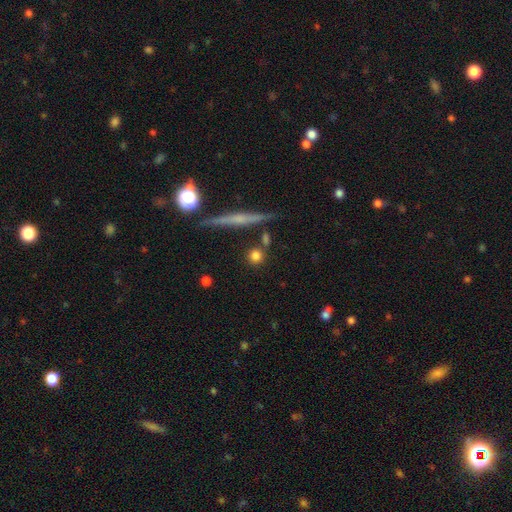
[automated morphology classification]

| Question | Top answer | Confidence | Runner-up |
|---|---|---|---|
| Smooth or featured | smooth | 79% | featured or disk (12%) |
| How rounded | round | 88% | in between (7%) |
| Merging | none | 80% | minor disturbance (9%) |